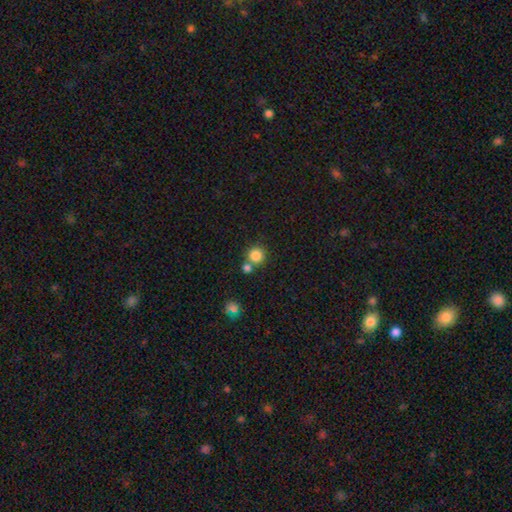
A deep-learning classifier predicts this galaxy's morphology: This is clearly a smooth galaxy (83%). How rounded: clearly round (93%). Merging: likely none (66%).